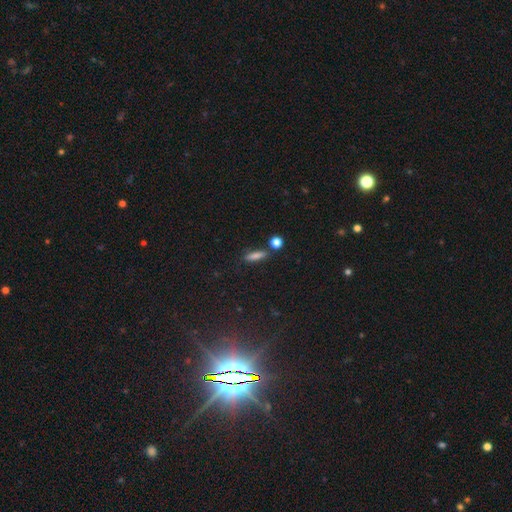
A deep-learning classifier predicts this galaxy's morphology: type=smooth (78%); roundness=cigar-shaped (67%); merging=none (78%).